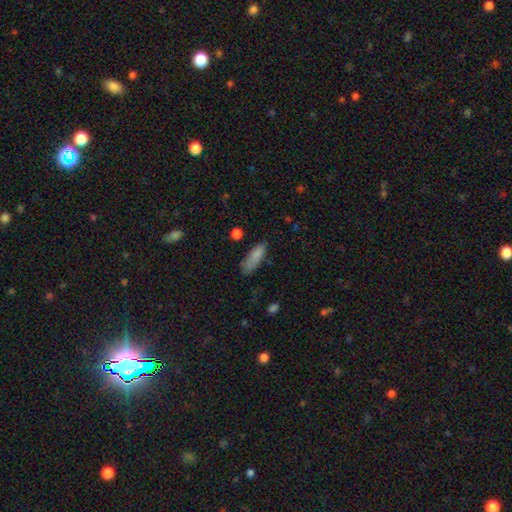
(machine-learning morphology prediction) Smooth or featured?
  - smooth: 83% *
  - featured or disk: 9%
  - star or artifact: 8%
How rounded?
  - in between: 59% *
  - cigar-shaped: 39%
  - round: 2%
Merging?
  - none: 64% *
  - minor disturbance: 26%
  - major disturbance: 7%
  - merger: 3%